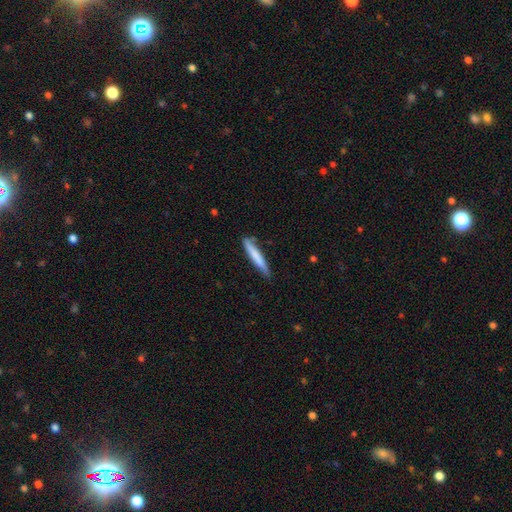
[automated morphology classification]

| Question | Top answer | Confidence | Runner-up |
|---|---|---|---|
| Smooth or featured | smooth | 72% | featured or disk (22%) |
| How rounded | cigar-shaped | 94% | in between (5%) |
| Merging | none | 76% | minor disturbance (19%) |